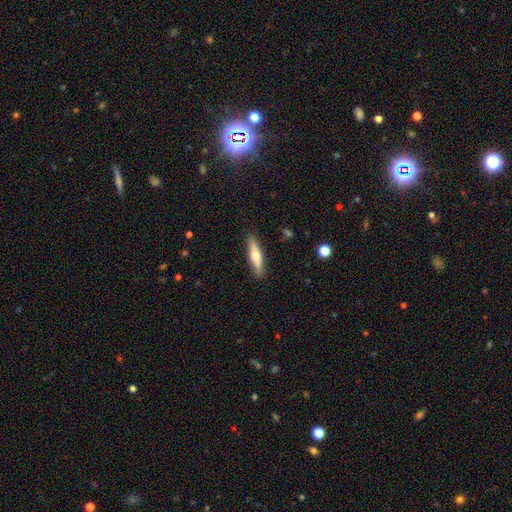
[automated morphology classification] The model was most divided on "smooth or featured": smooth: 54%, featured or disk: 40%, star or artifact: 6%. More confident: merging — none (88%); how rounded — cigar-shaped (77%).